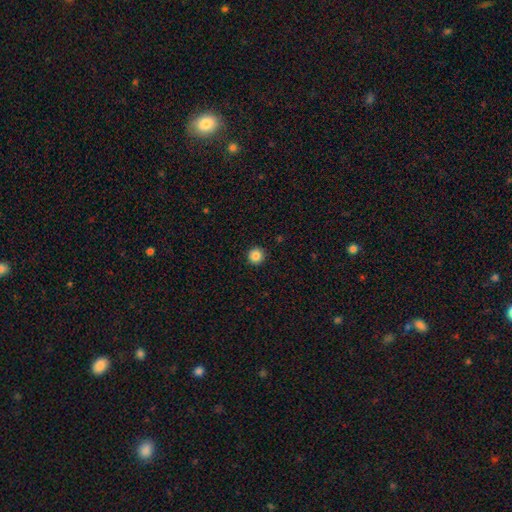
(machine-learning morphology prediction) type=smooth (85%); roundness=round (96%); merging=none (93%).